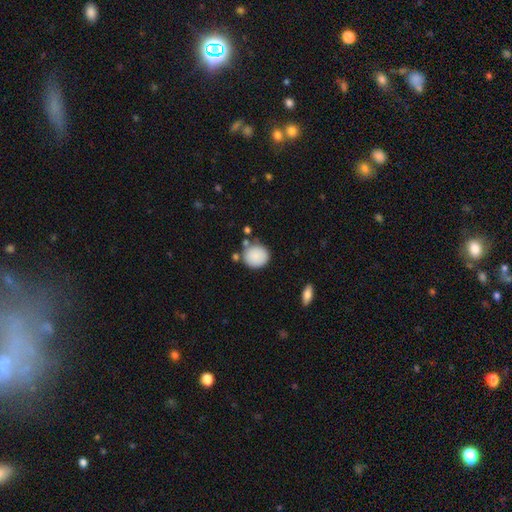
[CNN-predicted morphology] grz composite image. It shows a smooth galaxy with no disk features (87%) that is round (84%). Merging: none (71%).